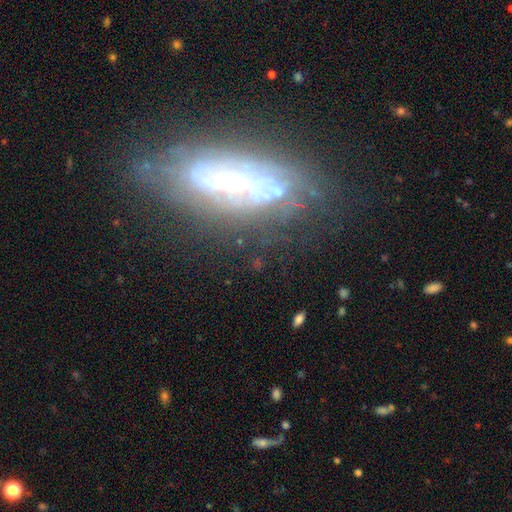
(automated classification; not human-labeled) featured or disk 77%, smooth 13%, star or artifact 10%. Down the decision tree: edge-on disk — no (83%); bar — no (61%); spiral arms — yes (78%); spiral arm count — can't tell (50%); spiral winding — tight (61%); bulge size — small (46%); merging — none (66%).